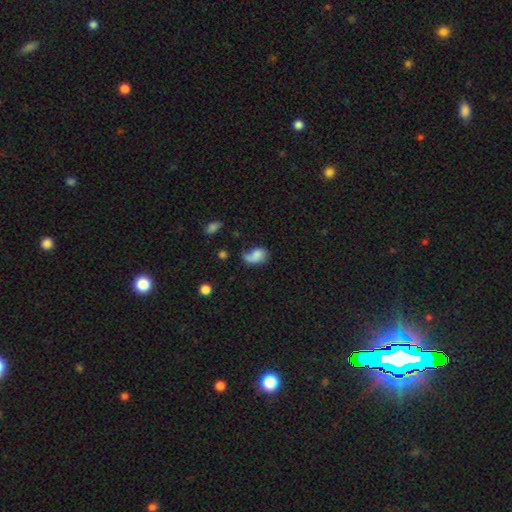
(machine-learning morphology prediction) This is likely a smooth galaxy (63%). How rounded: clearly in between (82%). Merging: marginally none (34%).